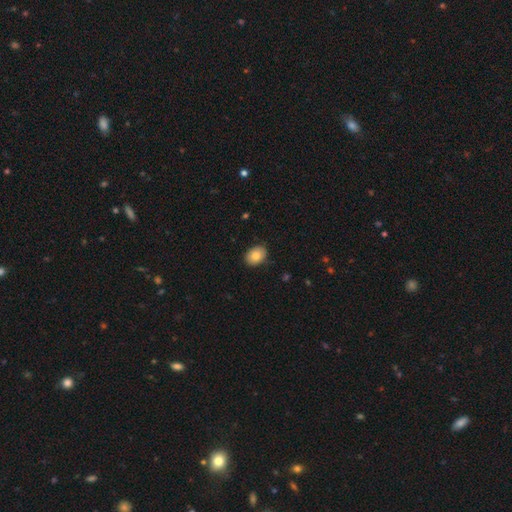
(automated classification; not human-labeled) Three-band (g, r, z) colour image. It shows a smooth galaxy with no disk features (84%) that is in between round and cigar-shaped (73%). Merging: none (87%).